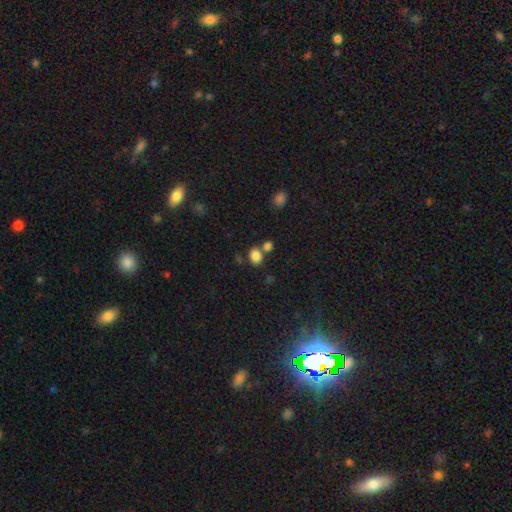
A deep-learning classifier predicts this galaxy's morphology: smooth 84%, star or artifact 11%, featured or disk 6%. Down the decision tree: how rounded — round (50%); merging — none (58%).